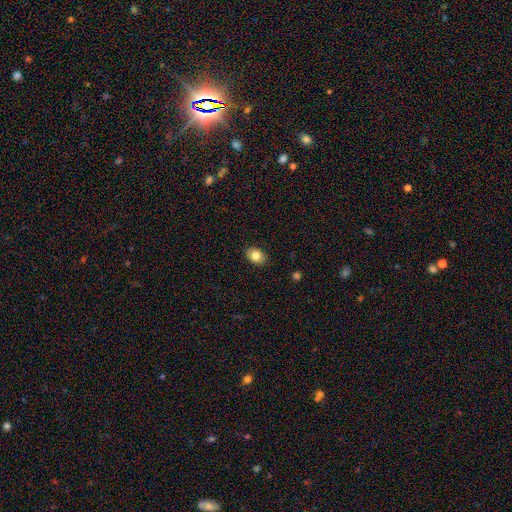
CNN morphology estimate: smooth_or_featured: smooth (p=0.83) [alt: star or artifact p=0.09]
how_rounded: in between (p=0.69) [alt: round p=0.30]
merging: none (p=0.89) [alt: minor disturbance p=0.08]